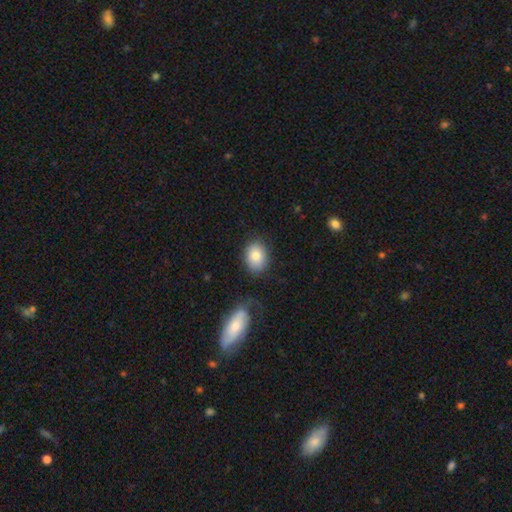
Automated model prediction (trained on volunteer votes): Smooth or featured?
  - smooth: 82% *
  - featured or disk: 10%
  - star or artifact: 8%
How rounded?
  - in between: 63% *
  - round: 36%
  - cigar-shaped: 1%
Merging?
  - none: 79% *
  - minor disturbance: 13%
  - major disturbance: 4%
  - merger: 4%